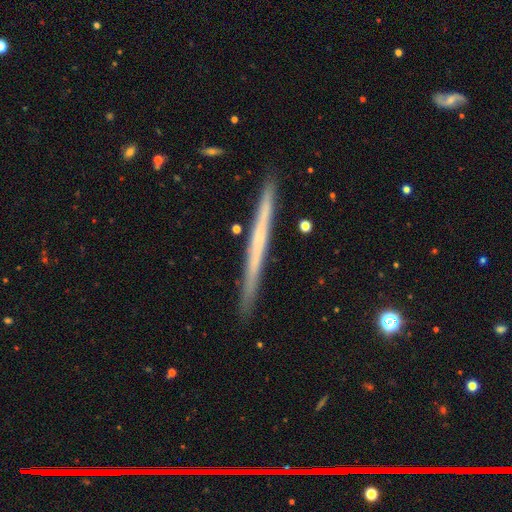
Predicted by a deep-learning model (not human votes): Smooth or featured: featured or disk — 57% (smooth — 37%)
Edge-on disk: yes — 97% (no — 3%)
Edge-on bulge: none — 85% (rounded — 11%)
Merging: none — 90% (minor disturbance — 7%)